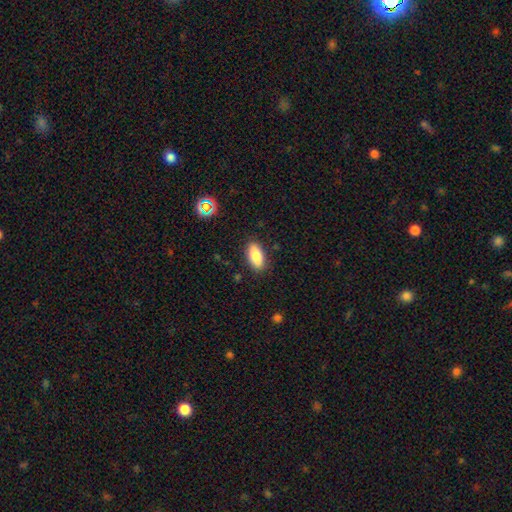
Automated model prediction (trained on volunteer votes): A smooth galaxy with no disk features (85%) that is in between round and cigar-shaped (88%).

Vote fractions:
- Smooth or featured? smooth: 85% / star or artifact: 8% / featured or disk: 7%
- How rounded? in between: 88% / cigar-shaped: 9% / round: 3%
- Merging? none: 86% / minor disturbance: 10% / major disturbance: 2% / merger: 1%